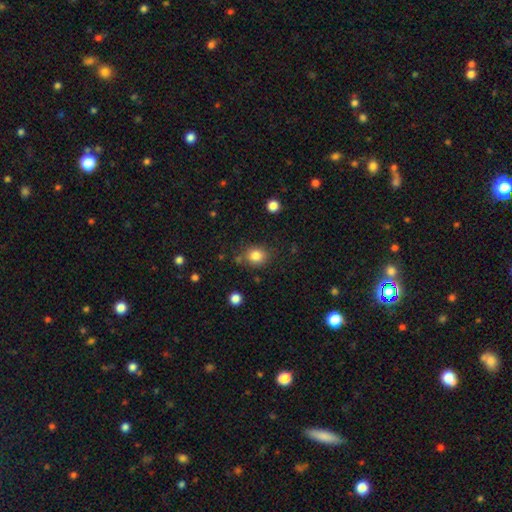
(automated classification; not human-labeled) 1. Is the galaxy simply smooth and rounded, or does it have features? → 84% smooth, 11% star or artifact, 6% featured or disk.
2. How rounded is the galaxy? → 74% round, 26% in between, 1% cigar-shaped.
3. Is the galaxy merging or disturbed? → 79% none, 12% minor disturbance, 5% merger, 4% major disturbance.